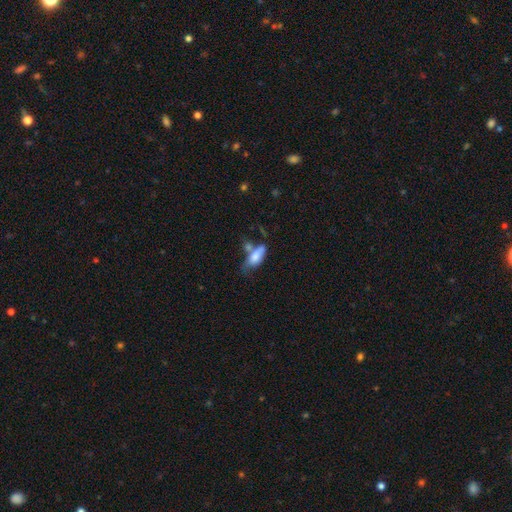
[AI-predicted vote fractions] smooth_or_featured: smooth (p=0.74) [alt: featured or disk p=0.18]
how_rounded: in between (p=0.79) [alt: cigar-shaped p=0.18]
merging: merger (p=0.32) [alt: none p=0.29]